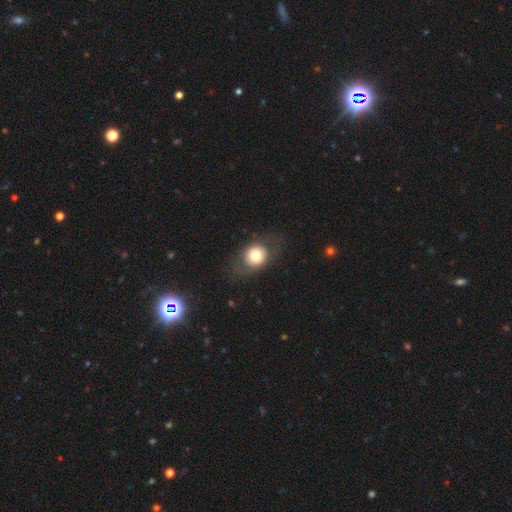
Smooth or featured: smooth — 62% (featured or disk — 32%)
How rounded: round — 56% (in between — 44%)
Merging: none — 89% (minor disturbance — 11%)